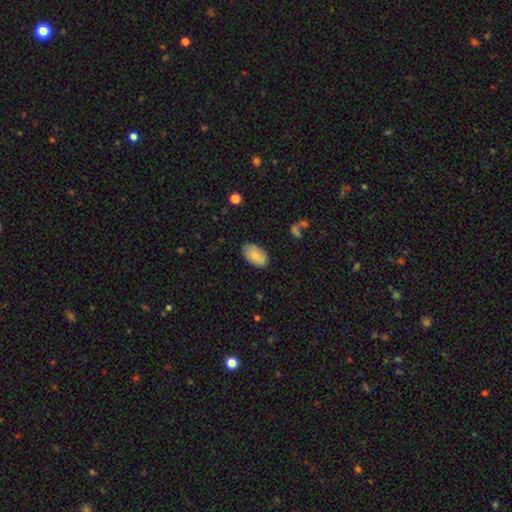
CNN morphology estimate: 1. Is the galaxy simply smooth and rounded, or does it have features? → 81% smooth, 12% featured or disk, 6% star or artifact.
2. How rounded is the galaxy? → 94% in between, 5% round, 1% cigar-shaped.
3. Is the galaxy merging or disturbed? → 82% none, 14% minor disturbance, 3% major disturbance, 1% merger.